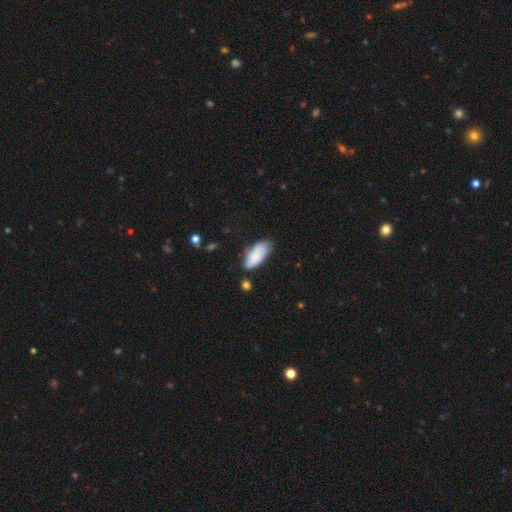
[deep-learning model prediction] Q: Smooth or featured?
A: smooth (80%); runner-up: featured or disk (13%)
Q: How rounded?
A: in between (86%); runner-up: cigar-shaped (12%)
Q: Merging?
A: none (61%); runner-up: minor disturbance (27%)